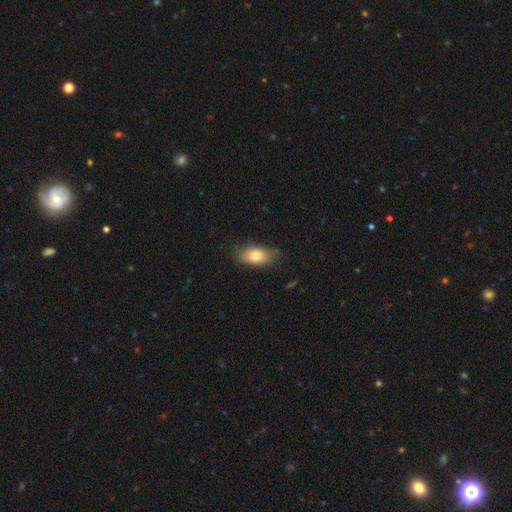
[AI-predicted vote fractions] Morphology: type=smooth (81%); roundness=in between (88%); merging=none (73%).